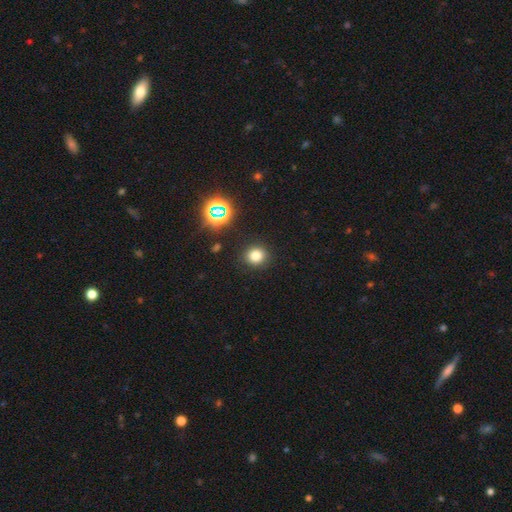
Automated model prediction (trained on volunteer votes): This is likely a smooth galaxy (76%). How rounded: clearly round (86%). Merging: clearly none (90%).